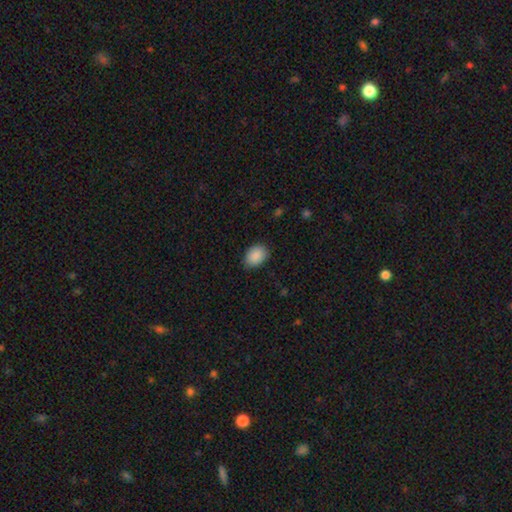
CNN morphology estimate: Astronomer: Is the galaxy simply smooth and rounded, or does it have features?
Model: smooth — 90%.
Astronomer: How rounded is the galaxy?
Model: in between — 78%.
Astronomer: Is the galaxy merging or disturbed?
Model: none — 83%.